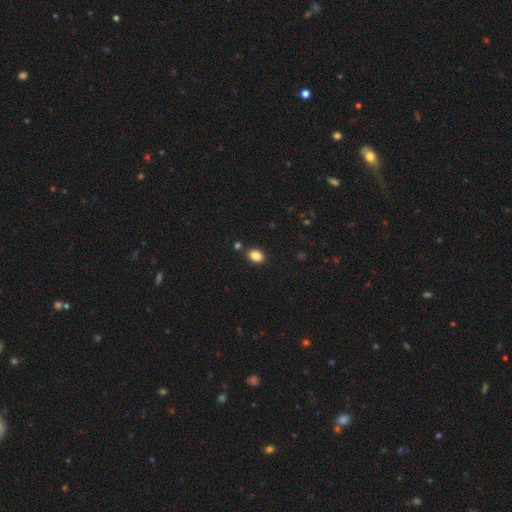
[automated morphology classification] Overall: smooth (85%). How rounded: in between (76%). Merging: none (82%).